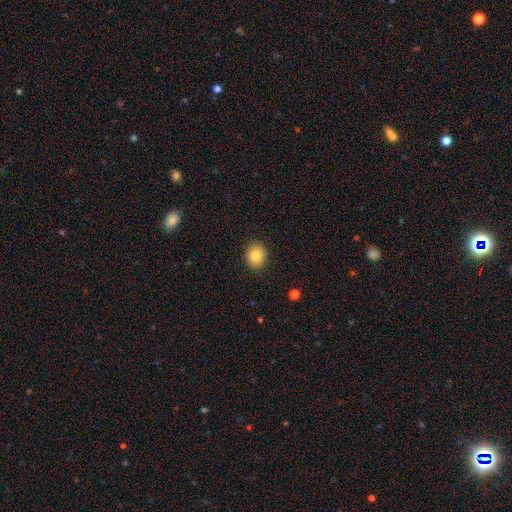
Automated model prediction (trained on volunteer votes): Smooth or featured? Predicted: smooth (p=0.83). How rounded? Predicted: round (p=0.70). Merging? Predicted: none (p=0.90).